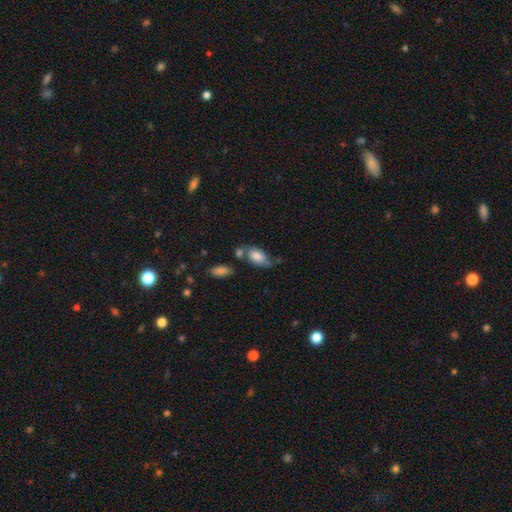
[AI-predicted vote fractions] smooth 75%, featured or disk 18%, star or artifact 7%. Down the decision tree: how rounded — in between (91%); merging — none (49%).